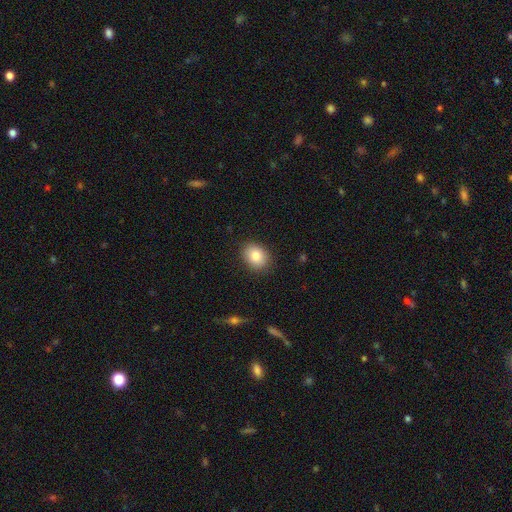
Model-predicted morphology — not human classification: The model was most divided on "how rounded": in between: 59%, round: 40%, cigar-shaped: 1%. More confident: merging — none (87%); smooth or featured — smooth (82%).